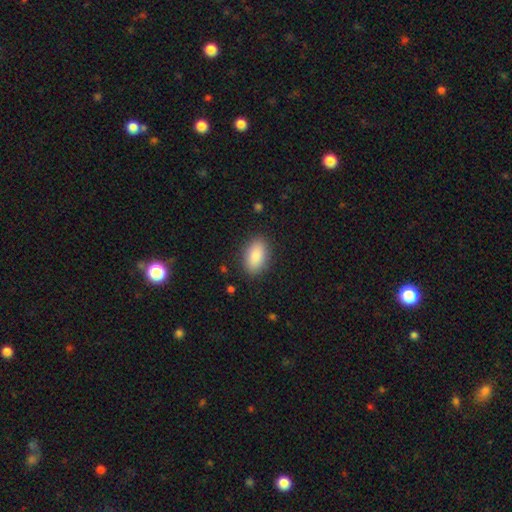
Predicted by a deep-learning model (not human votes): A smooth galaxy with no disk features (88%) that is in between round and cigar-shaped (92%). Merging: none (87%).